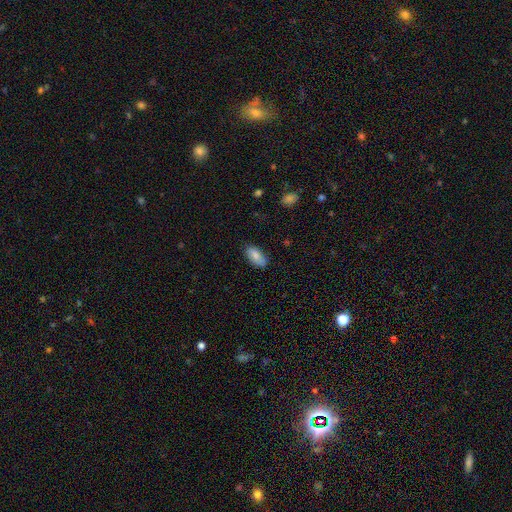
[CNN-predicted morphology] type=smooth (84%); roundness=in between (88%); merging=none (79%).